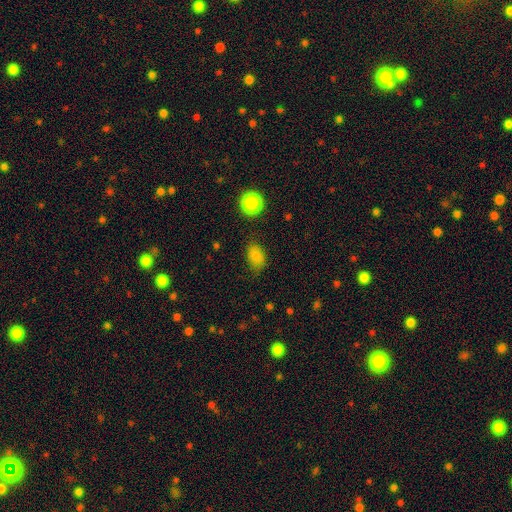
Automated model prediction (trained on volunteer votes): smooth_or_featured: smooth (p=0.81) [alt: star or artifact p=0.12]
how_rounded: in between (p=0.82) [alt: round p=0.16]
merging: none (p=0.71) [alt: minor disturbance p=0.22]